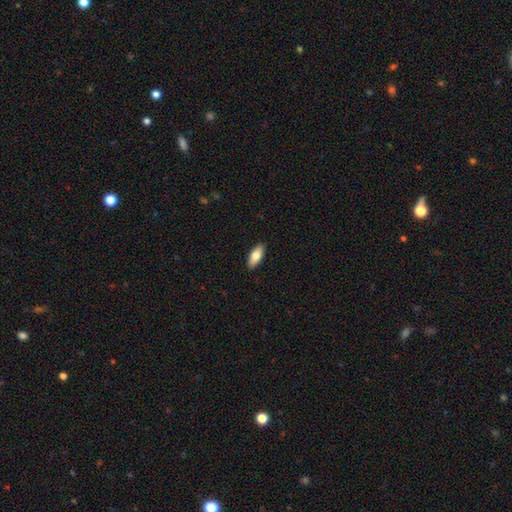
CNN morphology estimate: smooth_or_featured: smooth (p=0.80) [alt: featured or disk p=0.14]
how_rounded: in between (p=0.81) [alt: cigar-shaped p=0.17]
merging: none (p=0.90) [alt: minor disturbance p=0.07]